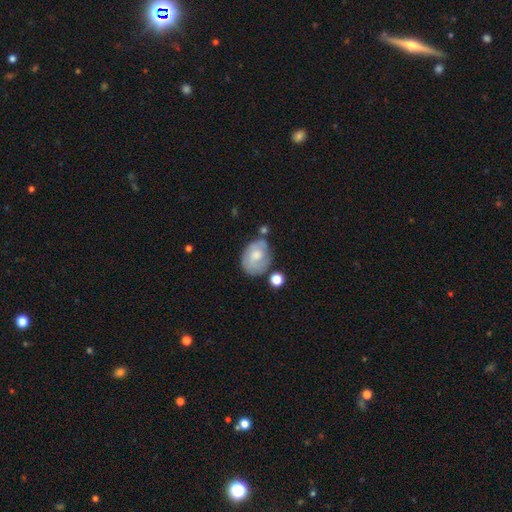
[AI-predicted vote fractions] smooth-or-featured: smooth: 47% | featured or disk: 46% | star or artifact: 7%
  merging: none: 53% | minor disturbance: 26% | major disturbance: 10% | merger: 10%